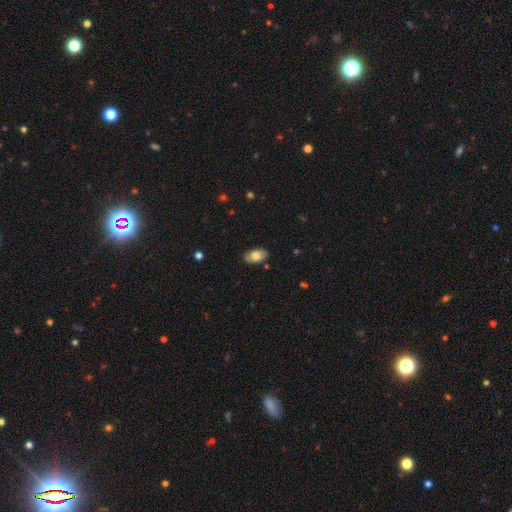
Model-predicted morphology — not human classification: This is likely a smooth galaxy (77%). How rounded: clearly in between (93%). Merging: clearly none (86%).